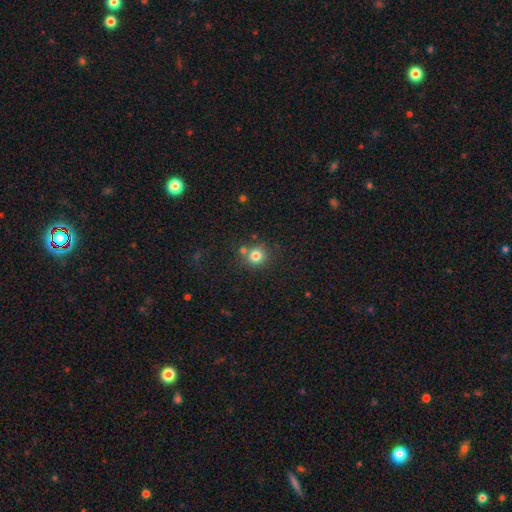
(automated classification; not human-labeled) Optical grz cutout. It shows a smooth galaxy with no disk features (80%) that is round (89%). Merging: none (74%).